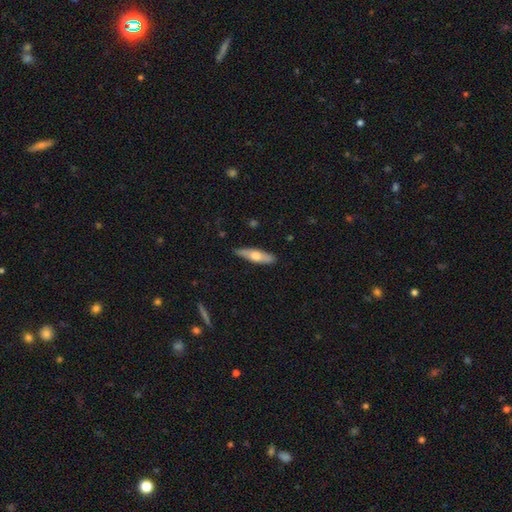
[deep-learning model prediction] A smooth galaxy with no disk features (57%) that is cigar-shaped (62%).

Vote fractions:
- Smooth or featured? smooth: 57% / featured or disk: 38% / star or artifact: 6%
- How rounded? cigar-shaped: 62% / in between: 36% / round: 2%
- Merging? none: 84% / minor disturbance: 13% / major disturbance: 2% / merger: 1%